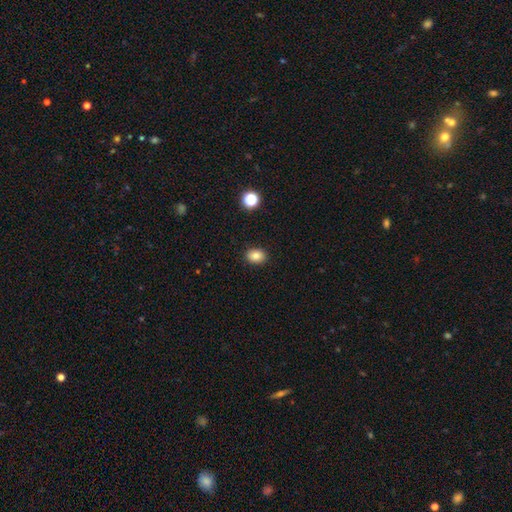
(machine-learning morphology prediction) smooth 83%, star or artifact 11%, featured or disk 6%. Down the decision tree: how rounded — in between (64%); merging — none (89%).